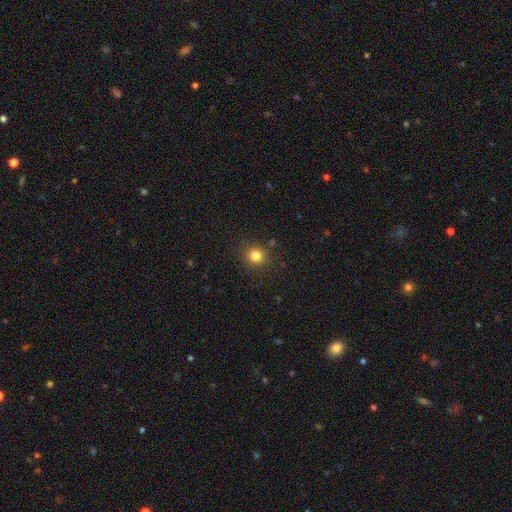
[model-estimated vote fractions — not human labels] smooth 81%, star or artifact 13%, featured or disk 5%. Down the decision tree: how rounded — round (87%); merging — none (87%).